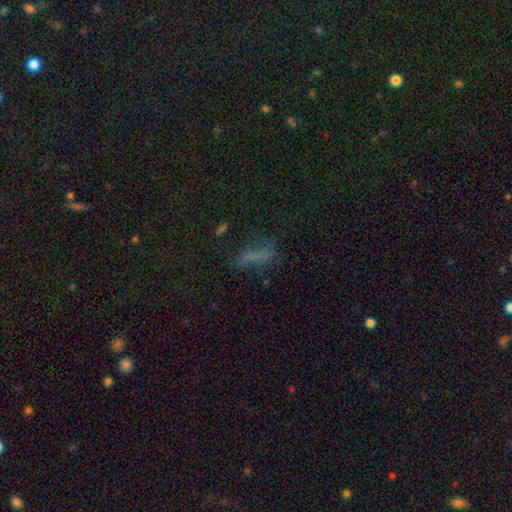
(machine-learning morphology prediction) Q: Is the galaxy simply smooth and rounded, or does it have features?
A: smooth — 54%.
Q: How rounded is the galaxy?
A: cigar-shaped — 51%.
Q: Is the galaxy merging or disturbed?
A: none — 47%.